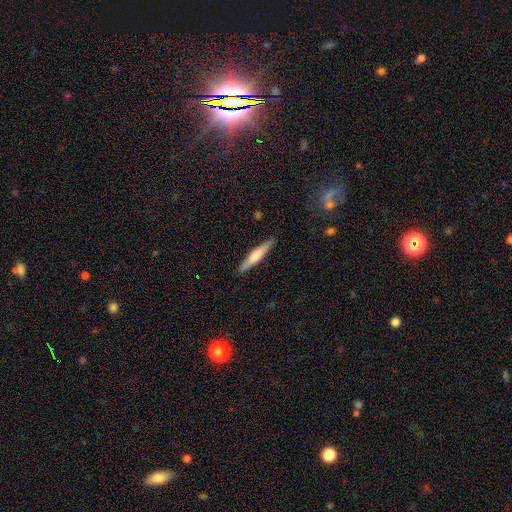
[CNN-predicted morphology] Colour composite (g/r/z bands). It shows a smooth galaxy with no disk features (52%) that is cigar-shaped (92%). Merging: none (89%).